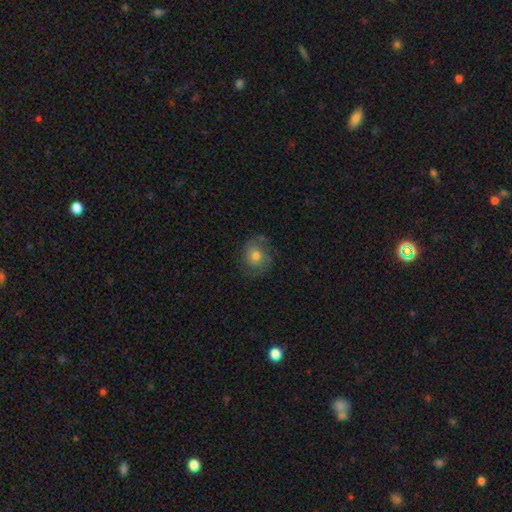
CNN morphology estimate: smooth 48%, featured or disk 42%, star or artifact 10%. Down the decision tree: merging — none (71%).